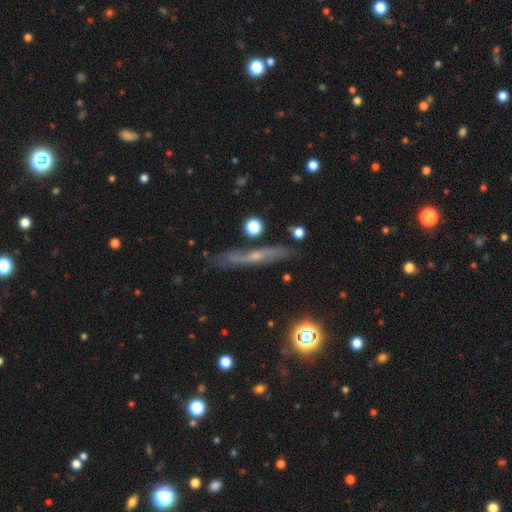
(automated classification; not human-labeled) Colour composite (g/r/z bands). It shows a featured or disk galaxy (57%) viewed edge-on (82%). Merging: none (76%).